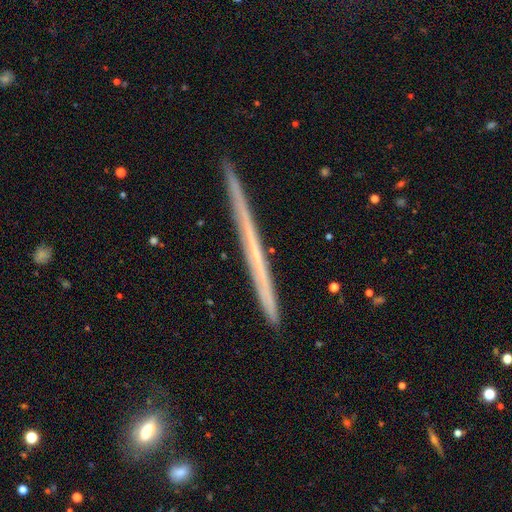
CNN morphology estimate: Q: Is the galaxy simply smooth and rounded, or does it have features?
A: featured or disk — 62%.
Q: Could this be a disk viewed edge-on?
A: yes — 98%.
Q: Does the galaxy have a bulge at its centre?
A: none — 91%.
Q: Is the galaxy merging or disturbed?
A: none — 91%.